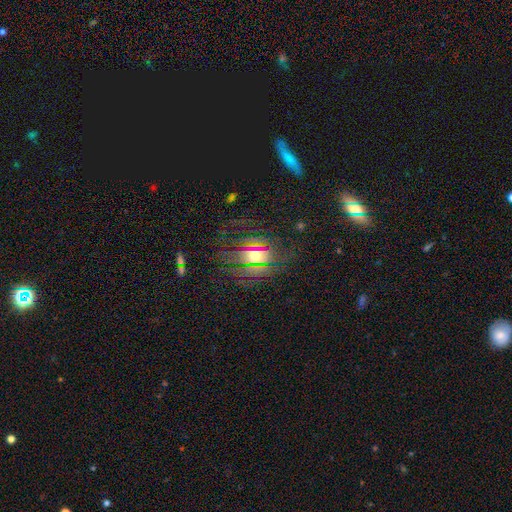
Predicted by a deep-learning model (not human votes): Q: Smooth or featured?
A: featured or disk (34%); runner-up: star or artifact (33%)
Q: Merging?
A: none (75%); runner-up: minor disturbance (13%)